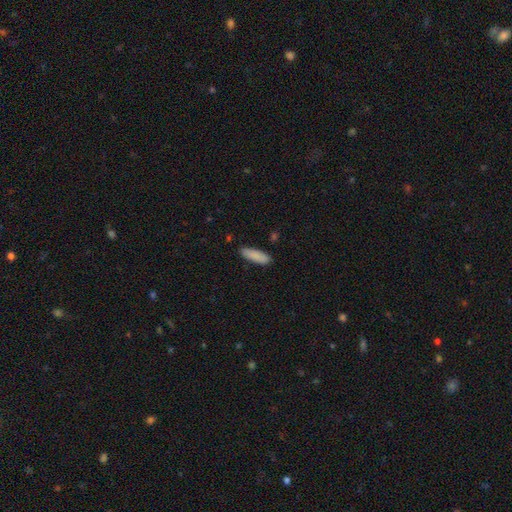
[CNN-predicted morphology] smooth 88%, featured or disk 6%, star or artifact 6%. Down the decision tree: how rounded — cigar-shaped (55%); merging — none (86%).